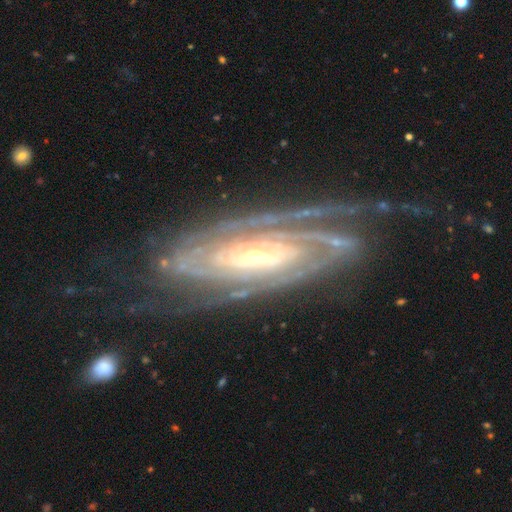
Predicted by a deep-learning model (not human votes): This is clearly a featured or disk galaxy (90%). It is clearly not viewed edge-on (92%). Bar: possibly no (47%). Spiral arm pattern: clearly yes (98%). Spiral arm count: marginally 2 (28%). Spiral winding: likely tight (72%). Central bulge: likely small (72%). Merging: likely none (68%).